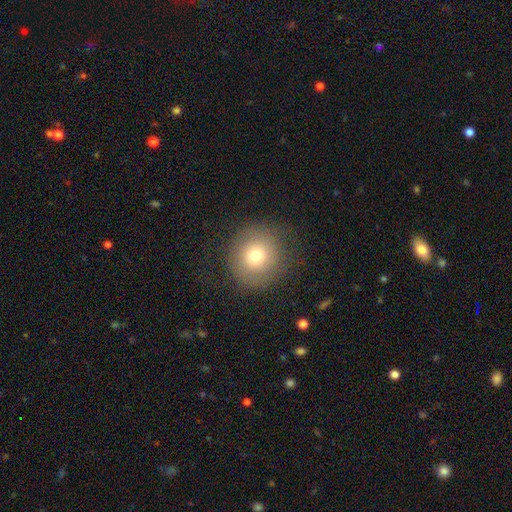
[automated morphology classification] A smooth galaxy with no disk features (72%) that is round (93%). Merging: none (81%).